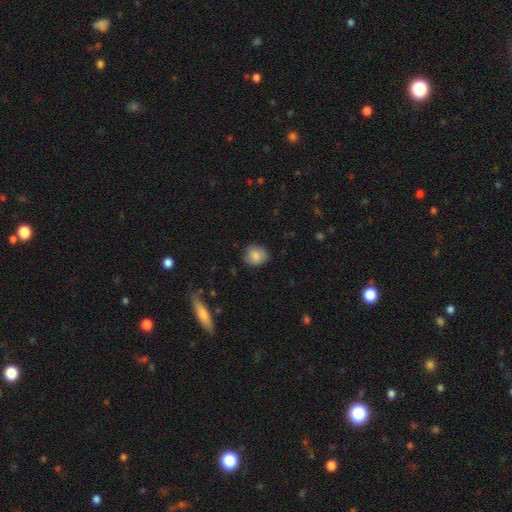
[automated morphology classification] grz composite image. It shows a smooth galaxy with no disk features (85%) that is round (80%). Merging: none (81%).